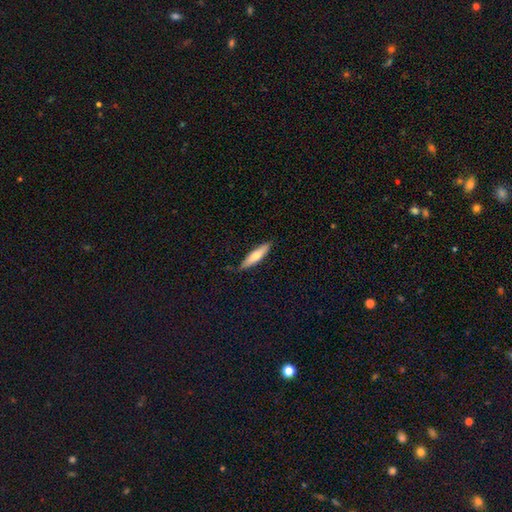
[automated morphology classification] Q: Smooth or featured?
A: smooth (66%); runner-up: featured or disk (29%)
Q: How rounded?
A: cigar-shaped (78%); runner-up: in between (21%)
Q: Merging?
A: none (81%); runner-up: minor disturbance (15%)